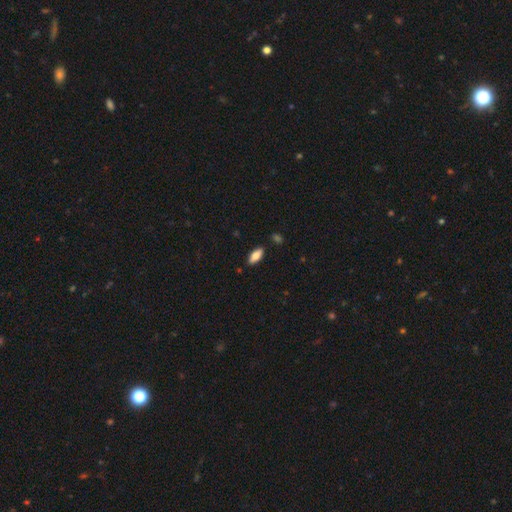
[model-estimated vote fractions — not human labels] The model was most divided on "smooth or featured": smooth: 79%, featured or disk: 14%, star or artifact: 7%. More confident: merging — none (87%); how rounded — in between (83%).